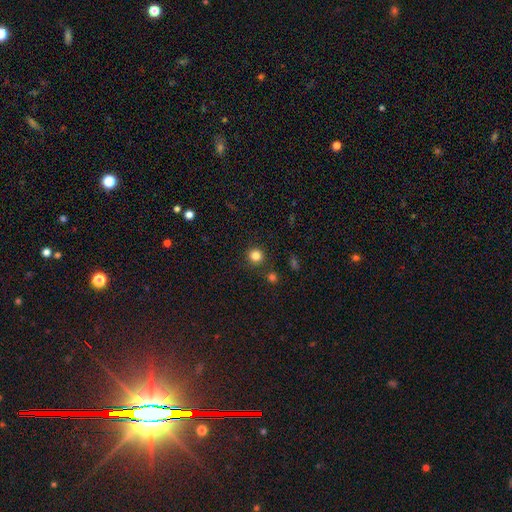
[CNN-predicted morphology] smooth_or_featured: smooth (p=0.83) [alt: star or artifact p=0.13]
how_rounded: round (p=0.94) [alt: in between p=0.05]
merging: none (p=0.89) [alt: minor disturbance p=0.06]